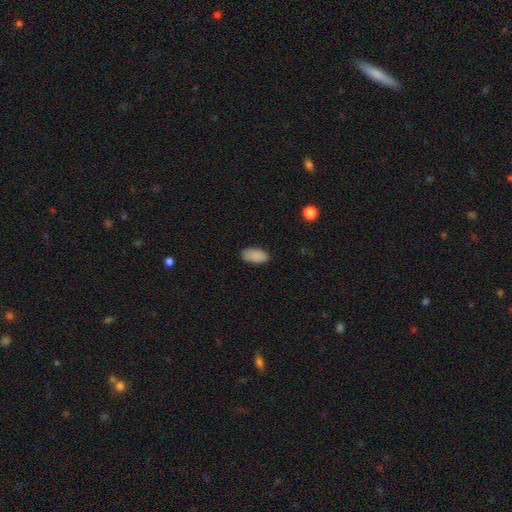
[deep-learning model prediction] Smooth or featured: smooth — 89% (star or artifact — 7%)
How rounded: in between — 94% (cigar-shaped — 3%)
Merging: none — 87% (minor disturbance — 10%)